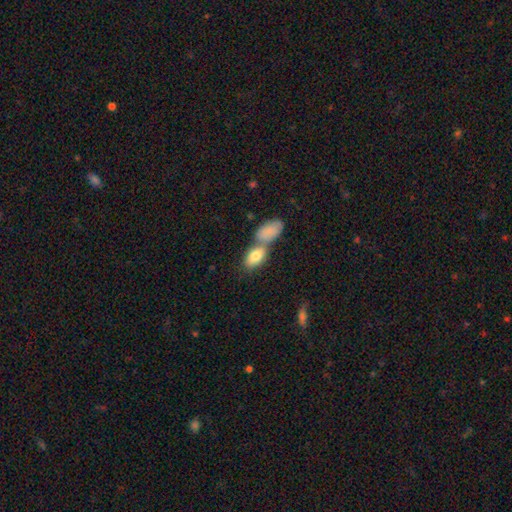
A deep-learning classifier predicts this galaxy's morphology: A smooth galaxy with no disk features (82%) that is in between round and cigar-shaped (90%).

Vote fractions:
- Smooth or featured? smooth: 82% / featured or disk: 12% / star or artifact: 6%
- How rounded? in between: 90% / round: 5% / cigar-shaped: 5%
- Merging? merger: 55% / none: 33% / minor disturbance: 9% / major disturbance: 4%